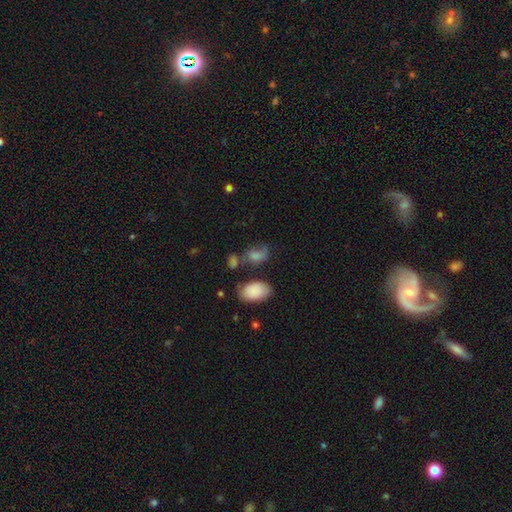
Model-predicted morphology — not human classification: smooth-or-featured: smooth: 65% | featured or disk: 18% | star or artifact: 17%
  how-rounded: in between: 75% | round: 22% | cigar-shaped: 3%
  merging: none: 53% | minor disturbance: 20% | merger: 16% | major disturbance: 11%